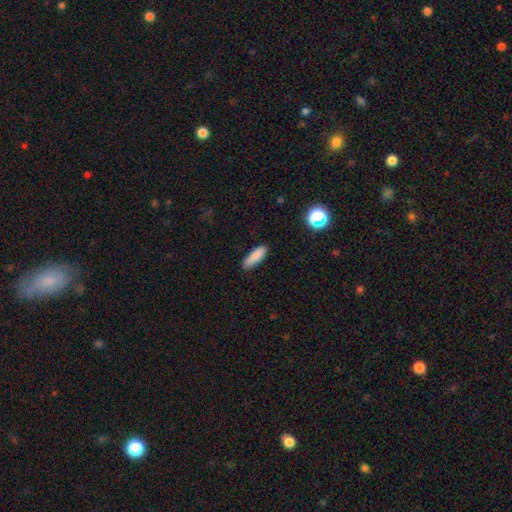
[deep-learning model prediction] Smooth or featured? Predicted: smooth (p=0.87). How rounded? Predicted: cigar-shaped (p=0.51). Merging? Predicted: none (p=0.85).